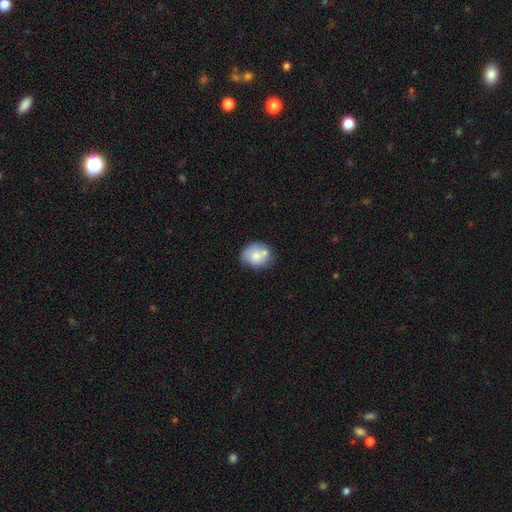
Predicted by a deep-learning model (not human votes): smooth-or-featured: smooth: 73% | featured or disk: 20% | star or artifact: 8%
  how-rounded: round: 54% | in between: 45% | cigar-shaped: 1%
  merging: none: 52% | merger: 21% | minor disturbance: 21% | major disturbance: 6%